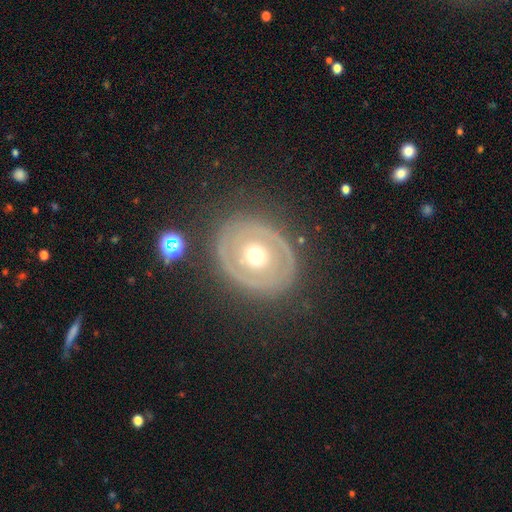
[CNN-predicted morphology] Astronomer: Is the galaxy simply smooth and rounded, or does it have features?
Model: featured or disk — 67%.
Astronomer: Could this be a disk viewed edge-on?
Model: no — 95%.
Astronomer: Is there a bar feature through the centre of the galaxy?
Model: no — 84%.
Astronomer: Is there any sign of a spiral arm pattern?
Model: no — 65%.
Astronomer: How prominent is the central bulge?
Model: moderate — 74%.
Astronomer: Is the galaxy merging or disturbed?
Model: none — 79%.